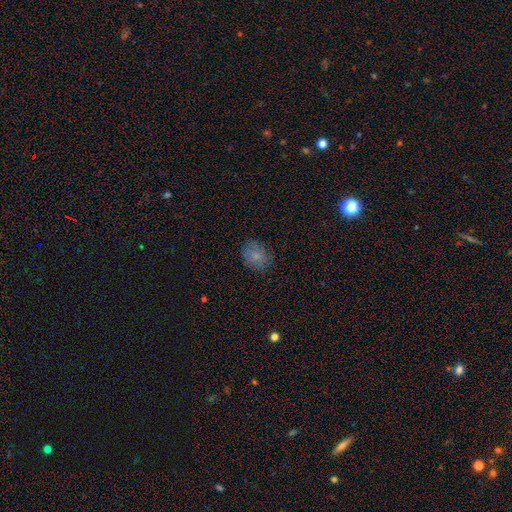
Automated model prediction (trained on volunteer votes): This appears to be a smooth galaxy with no disk features (80%) that is round (56%). Merging: none (80%).